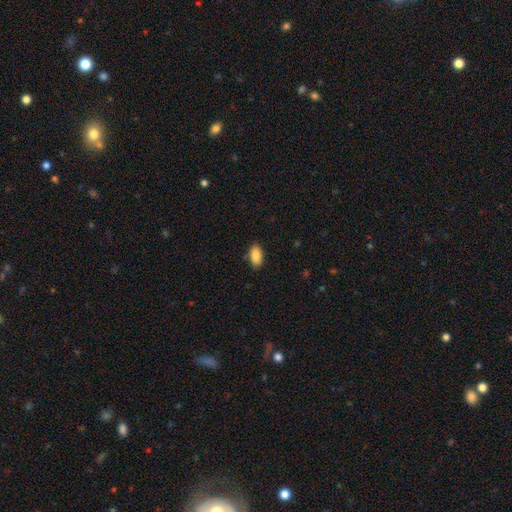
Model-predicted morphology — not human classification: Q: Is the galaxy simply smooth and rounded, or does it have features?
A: smooth — 89%.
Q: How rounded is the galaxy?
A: in between — 93%.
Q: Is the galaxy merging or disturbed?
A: none — 87%.